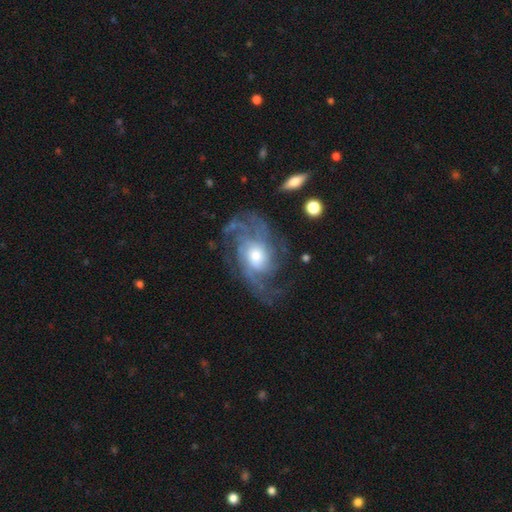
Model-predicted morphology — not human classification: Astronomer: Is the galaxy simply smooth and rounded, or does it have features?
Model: featured or disk — 88%.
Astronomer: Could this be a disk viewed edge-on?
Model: no — 97%.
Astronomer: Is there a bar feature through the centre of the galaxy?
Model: no — 74%.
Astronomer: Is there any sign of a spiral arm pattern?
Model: yes — 95%.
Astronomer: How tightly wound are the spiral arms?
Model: medium — 42% (runner-up: tight, 40%).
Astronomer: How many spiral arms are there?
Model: can't tell — 28% (runner-up: 3, 22%).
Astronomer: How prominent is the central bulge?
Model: moderate — 55%.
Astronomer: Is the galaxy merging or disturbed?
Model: none — 64%.